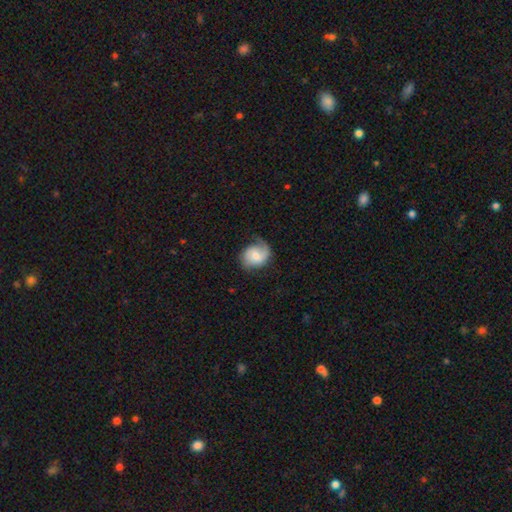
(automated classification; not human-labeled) featured or disk 49%, smooth 44%, star or artifact 7%. Down the decision tree: merging — none (60%).